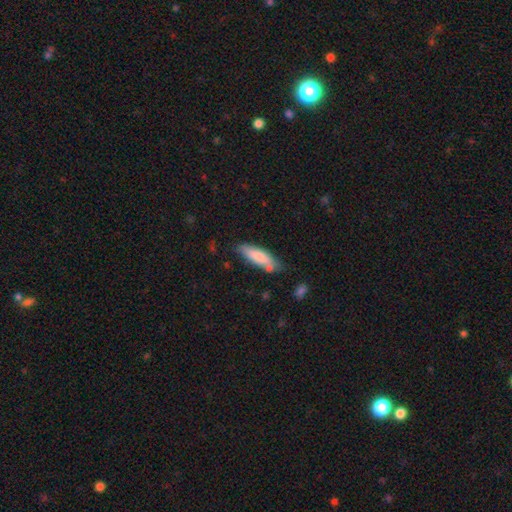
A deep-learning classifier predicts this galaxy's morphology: A smooth galaxy with no disk features (76%) that is cigar-shaped (61%).

Vote fractions:
- Smooth or featured? smooth: 76% / featured or disk: 18% / star or artifact: 7%
- How rounded? cigar-shaped: 61% / in between: 37% / round: 2%
- Merging? none: 74% / minor disturbance: 19% / merger: 4% / major disturbance: 4%